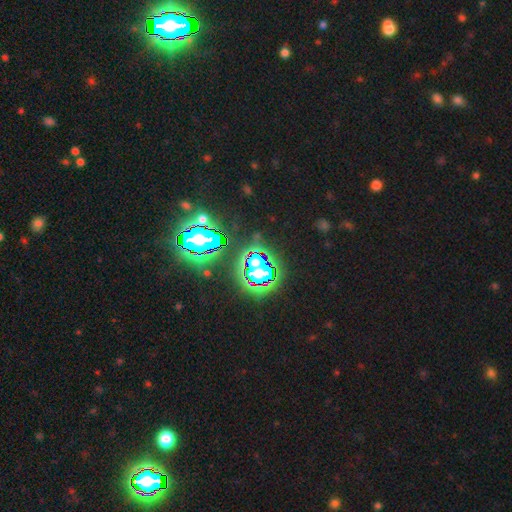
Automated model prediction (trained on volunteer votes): A star or artifact, not a galaxy (84%).